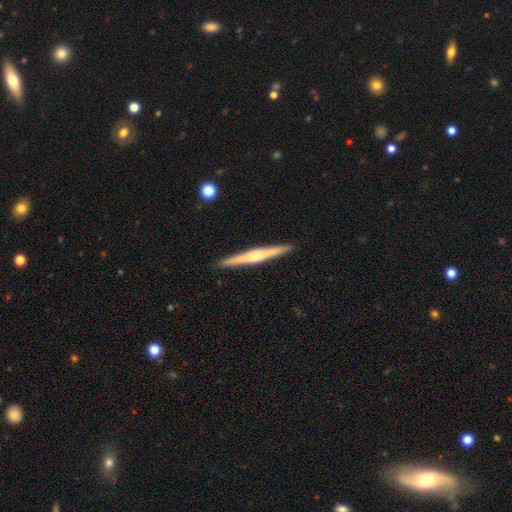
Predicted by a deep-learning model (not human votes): A featured or disk galaxy (70%) viewed edge-on (98%) with a rounded central bulge (74%).

Vote fractions:
- Smooth or featured? featured or disk: 70% / smooth: 25% / star or artifact: 5%
- Edge-on disk? yes: 98% / no: 2%
- Edge-on bulge? rounded: 74% / none: 14% / boxy: 12%
- Merging? none: 92% / minor disturbance: 6% / major disturbance: 1% / merger: 1%